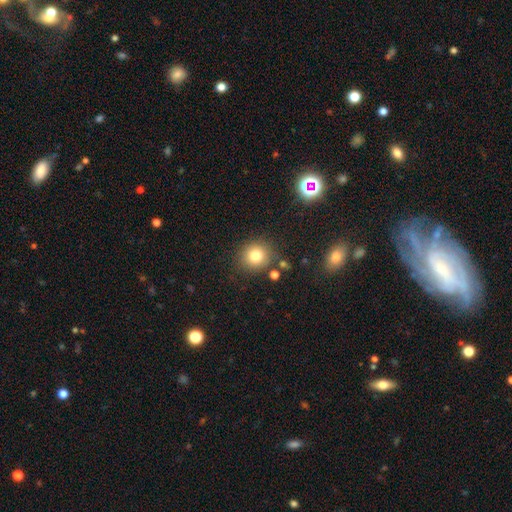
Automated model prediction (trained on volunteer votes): Morphology: type=smooth (80%); roundness=round (85%); merging=none (82%).